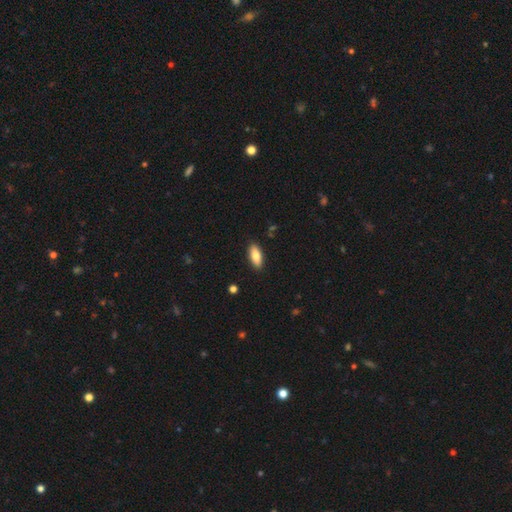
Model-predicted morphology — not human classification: This is clearly a smooth galaxy (83%). How rounded: clearly in between (83%). Merging: clearly none (89%).